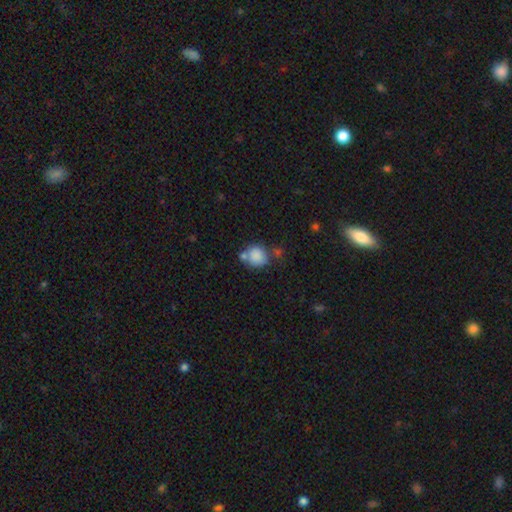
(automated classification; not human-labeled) Smooth or featured: smooth — 84% (star or artifact — 9%)
How rounded: round — 79% (in between — 20%)
Merging: none — 54% (merger — 24%)